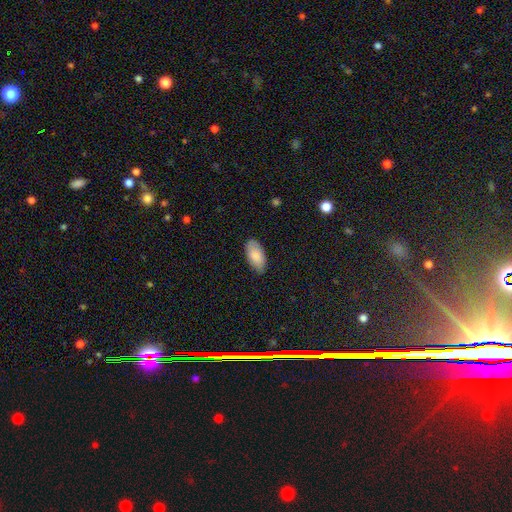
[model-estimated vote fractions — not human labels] smooth 85%, featured or disk 9%, star or artifact 6%. Down the decision tree: how rounded — in between (94%); merging — none (83%).